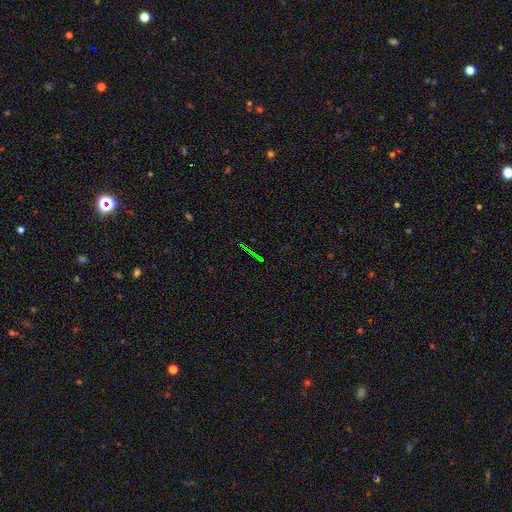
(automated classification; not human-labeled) star or artifact 70%, smooth 15%, featured or disk 15%.